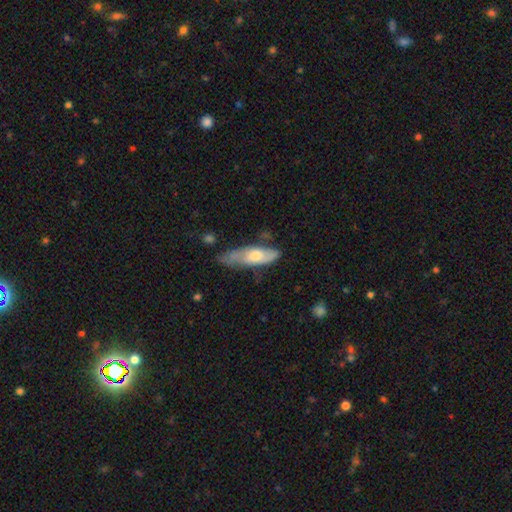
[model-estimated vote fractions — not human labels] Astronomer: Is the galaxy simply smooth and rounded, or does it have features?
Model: smooth — 50% (runner-up: featured or disk, 44%).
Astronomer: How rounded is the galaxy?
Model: in between — 54% (runner-up: cigar-shaped, 44%).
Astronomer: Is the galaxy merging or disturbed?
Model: none — 51% (runner-up: minor disturbance, 34%).